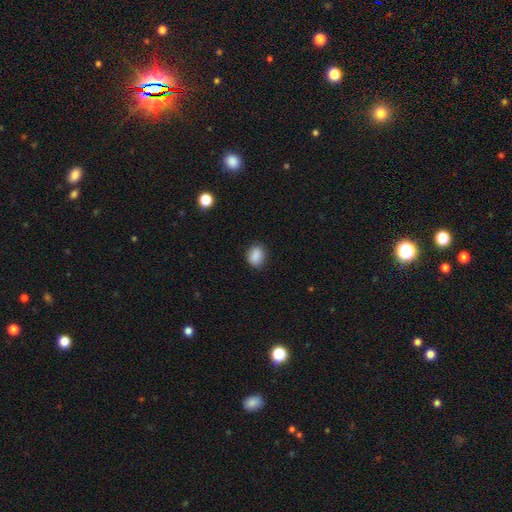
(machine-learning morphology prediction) smooth-or-featured: smooth: 86% | star or artifact: 9% | featured or disk: 5%
  how-rounded: in between: 64% | round: 35% | cigar-shaped: 2%
  merging: none: 80% | minor disturbance: 16% | major disturbance: 3% | merger: 1%